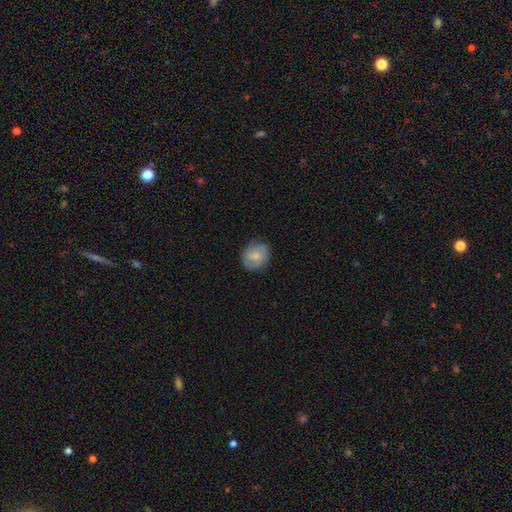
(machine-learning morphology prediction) Smooth or featured? smooth (77%)
How rounded? round (75%)
Merging? none (80%)